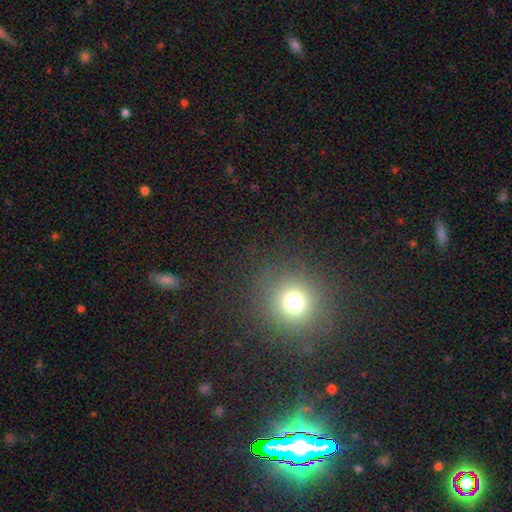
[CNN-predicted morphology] Smooth or featured: smooth — 58% (star or artifact — 34%)
How rounded: round — 90% (in between — 9%)
Merging: none — 89% (minor disturbance — 6%)